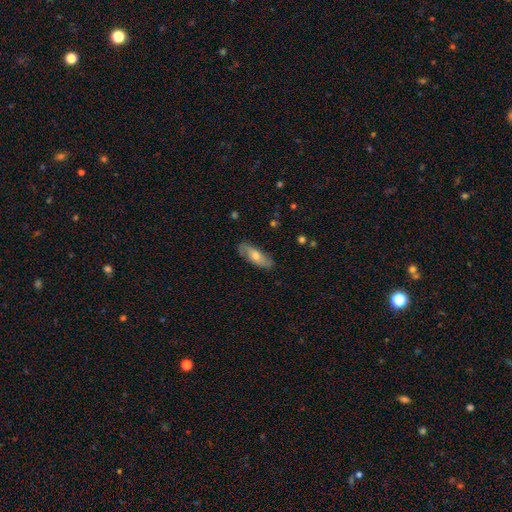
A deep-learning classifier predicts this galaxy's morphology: Smooth or featured: smooth — 48% (featured or disk — 46%)
Merging: none — 81% (minor disturbance — 14%)